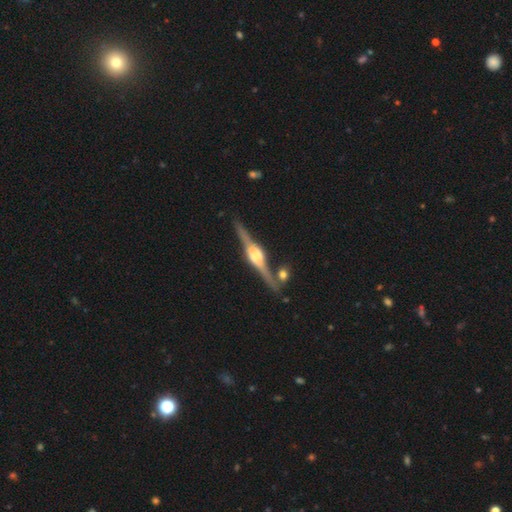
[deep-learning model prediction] A featured or disk galaxy (88%) viewed edge-on (98%) with a rounded central bulge (84%). Merging: none (82%).